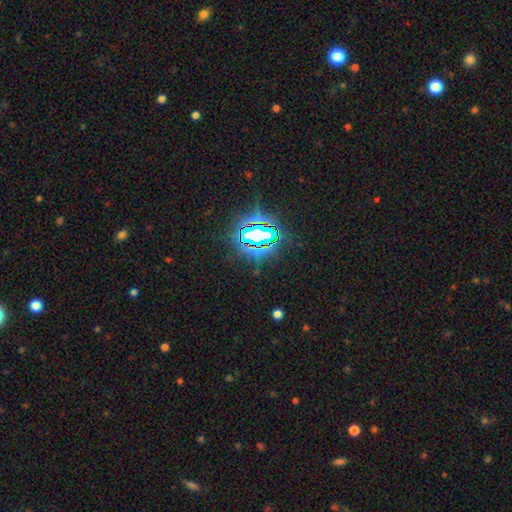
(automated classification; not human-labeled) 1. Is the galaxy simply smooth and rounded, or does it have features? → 85% star or artifact, 9% smooth, 6% featured or disk.